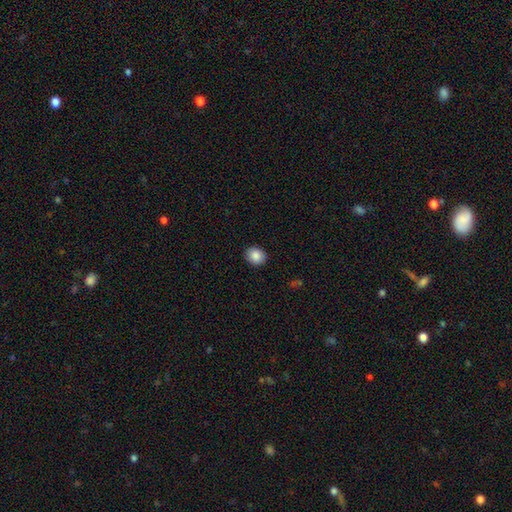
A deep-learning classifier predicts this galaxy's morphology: This is clearly a smooth galaxy (87%). How rounded: likely round (67%). Merging: clearly none (91%).